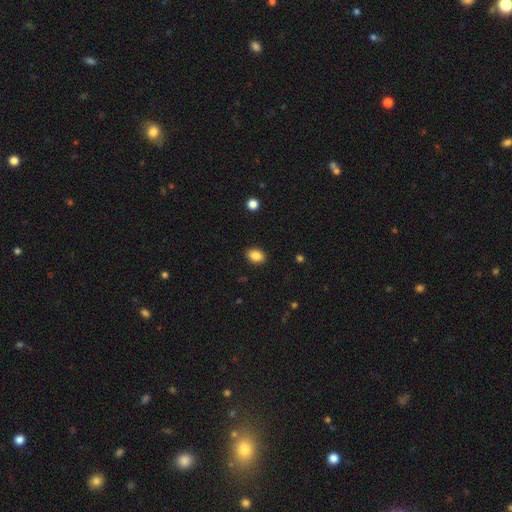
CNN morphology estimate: A smooth galaxy with no disk features (87%) that is in between round and cigar-shaped (72%). Merging: none (89%).